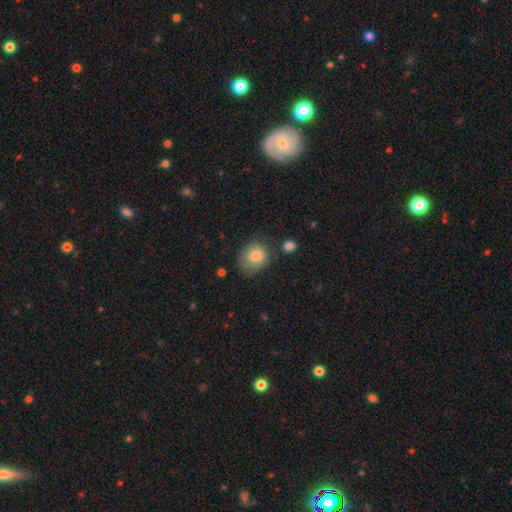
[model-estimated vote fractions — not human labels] Smooth or featured: smooth — 81% (featured or disk — 10%)
How rounded: round — 70% (in between — 29%)
Merging: none — 65% (minor disturbance — 24%)